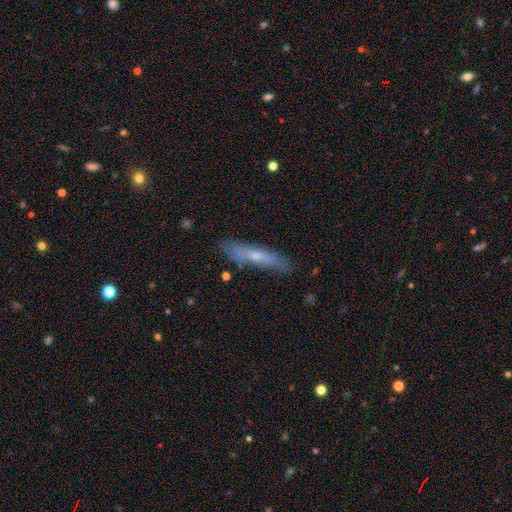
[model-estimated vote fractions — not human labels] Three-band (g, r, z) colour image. It shows a smooth galaxy with no disk features (50%). Merging: none (80%).